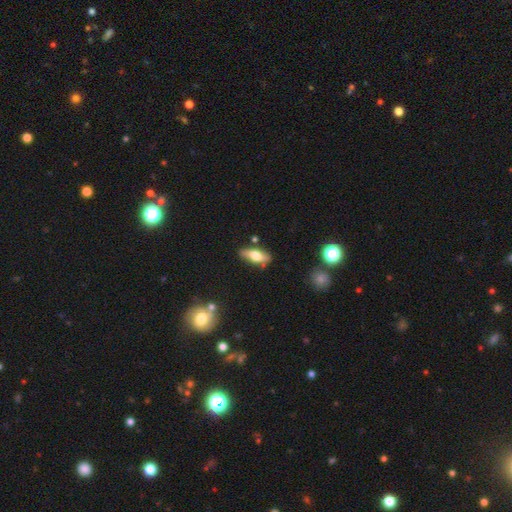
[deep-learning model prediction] smooth-or-featured: smooth: 51% | featured or disk: 42% | star or artifact: 7%
  how-rounded: in between: 66% | cigar-shaped: 30% | round: 3%
  merging: none: 75% | minor disturbance: 18% | major disturbance: 4% | merger: 4%